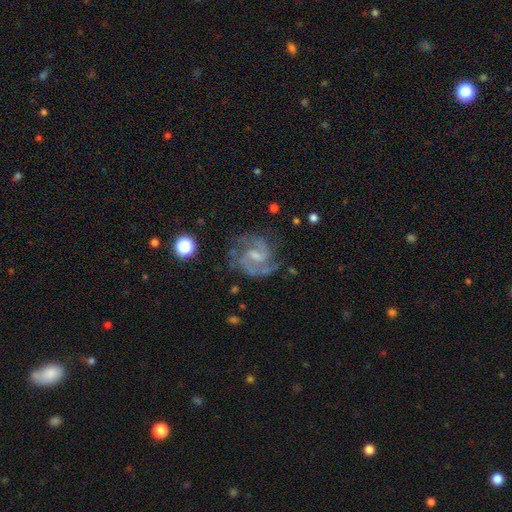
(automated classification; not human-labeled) A featured or disk galaxy (89%) with a weak bar (58%), 2 (82%) medium (58%) spiral arms (98%) and a small central bulge (51%). Merging: none (73%).